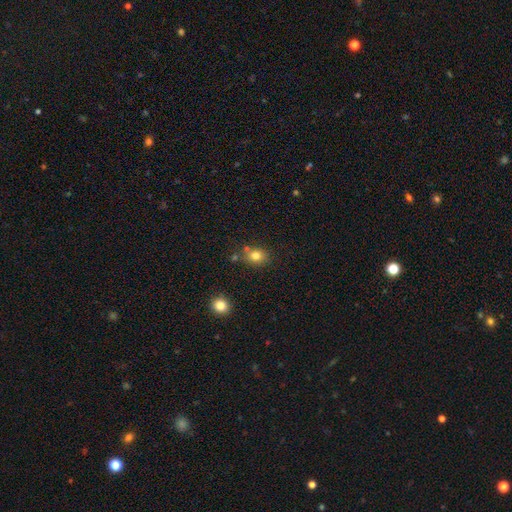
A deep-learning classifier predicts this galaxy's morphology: Q: Smooth or featured?
A: smooth (80%); runner-up: star or artifact (12%)
Q: How rounded?
A: round (55%); runner-up: in between (44%)
Q: Merging?
A: none (70%); runner-up: minor disturbance (15%)